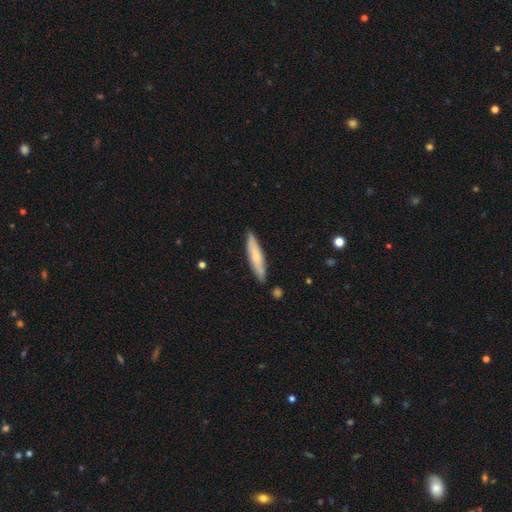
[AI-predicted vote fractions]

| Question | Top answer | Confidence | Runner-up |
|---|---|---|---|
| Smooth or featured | smooth | 61% | featured or disk (34%) |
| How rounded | cigar-shaped | 83% | in between (16%) |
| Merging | none | 83% | minor disturbance (13%) |